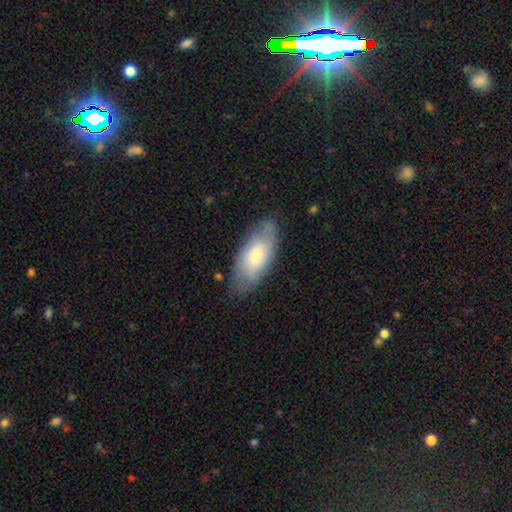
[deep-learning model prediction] This is likely a smooth galaxy (64%). How rounded: clearly in between (87%). Merging: likely none (74%).